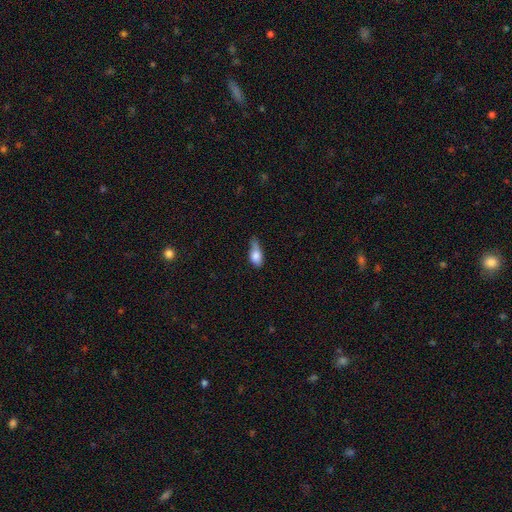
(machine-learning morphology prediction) Smooth or featured? Predicted: smooth (p=0.80). How rounded? Predicted: in between (p=0.81). Merging? Predicted: minor disturbance (p=0.48).